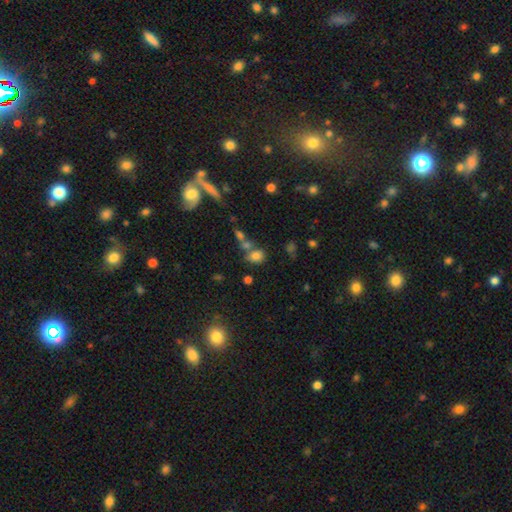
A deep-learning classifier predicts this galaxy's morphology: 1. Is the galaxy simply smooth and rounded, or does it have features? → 74% smooth, 15% star or artifact, 11% featured or disk.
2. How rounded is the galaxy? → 52% round, 46% in between, 2% cigar-shaped.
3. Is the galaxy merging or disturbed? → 58% none, 23% merger, 14% minor disturbance, 6% major disturbance.